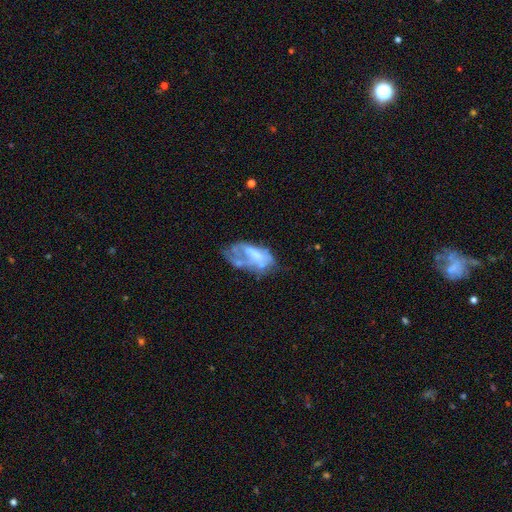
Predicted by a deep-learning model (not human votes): smooth-or-featured: featured or disk: 57% | smooth: 34% | star or artifact: 10%
  disk-edge-on: no: 95% | yes: 5%
    bar: no: 60% | weak: 26% | strong: 14%
    has-spiral-arms: no: 67% | yes: 33%
    bulge-size: none: 50% | moderate: 22% | small: 18% | large: 8% | dominant: 2%
  merging: major disturbance: 35% | none: 31% | minor disturbance: 25% | merger: 9%